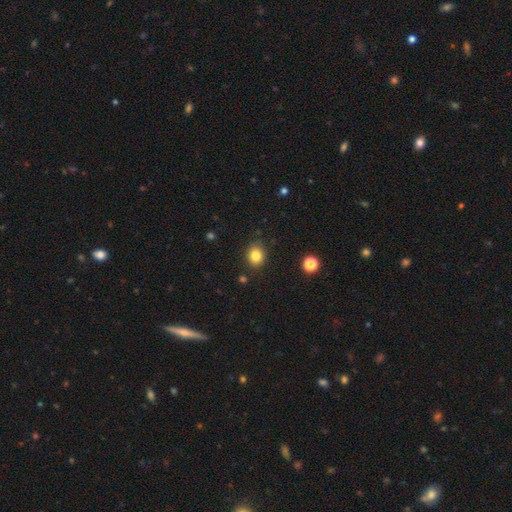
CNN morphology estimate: Overall: smooth (83%). How rounded: round (65%; in between 34%). Merging: none (85%).